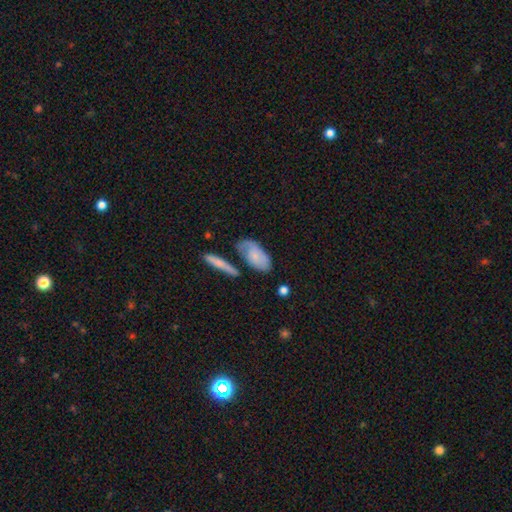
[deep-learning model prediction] Smooth or featured? smooth (62%)
How rounded? in between (86%)
Merging? none (50%)